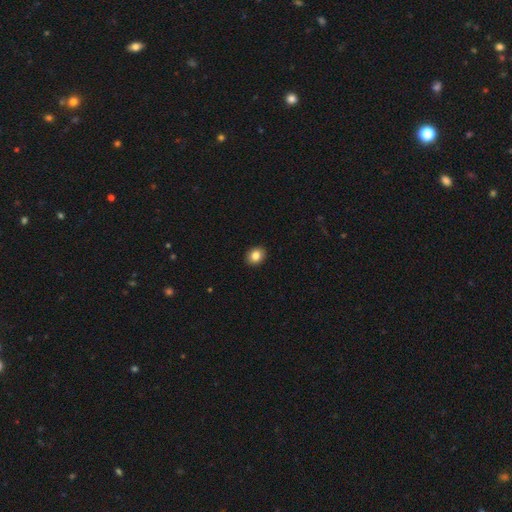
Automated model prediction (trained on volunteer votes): Q: Smooth or featured?
A: smooth (85%); runner-up: star or artifact (9%)
Q: How rounded?
A: round (55%); runner-up: in between (44%)
Q: Merging?
A: none (91%); runner-up: minor disturbance (6%)